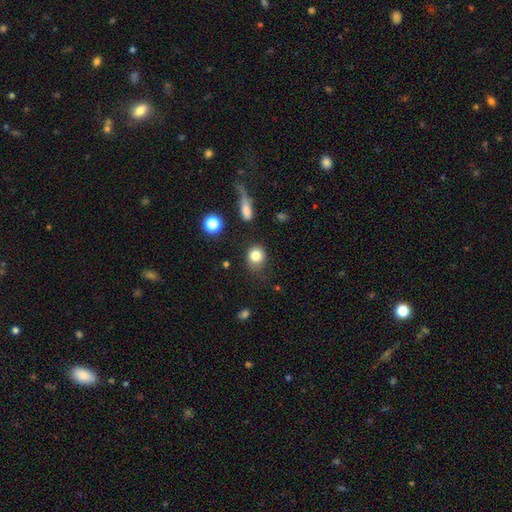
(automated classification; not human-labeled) Smooth or featured?
  - smooth: 82% *
  - star or artifact: 10%
  - featured or disk: 8%
How rounded?
  - round: 74% *
  - in between: 25%
  - cigar-shaped: 1%
Merging?
  - none: 71% *
  - minor disturbance: 19%
  - major disturbance: 6%
  - merger: 4%